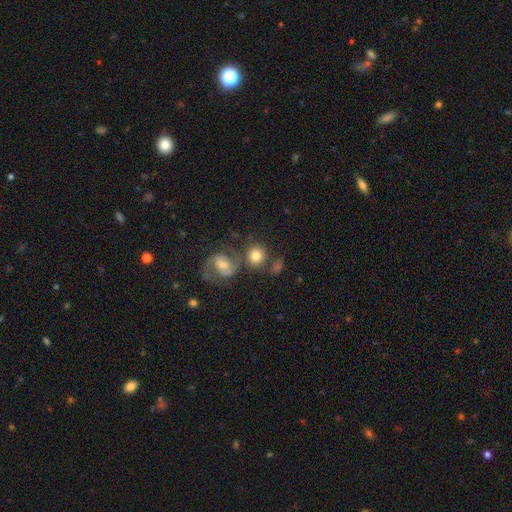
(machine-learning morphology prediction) type=smooth (72%); roundness=round (85%); merging=none (57%).